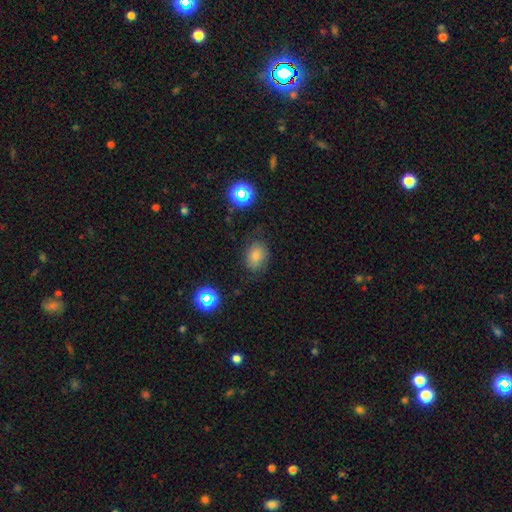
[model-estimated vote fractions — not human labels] Smooth or featured?
  - smooth: 77% *
  - star or artifact: 14%
  - featured or disk: 9%
How rounded?
  - in between: 67% *
  - round: 32%
  - cigar-shaped: 1%
Merging?
  - none: 73% *
  - minor disturbance: 19%
  - major disturbance: 6%
  - merger: 2%